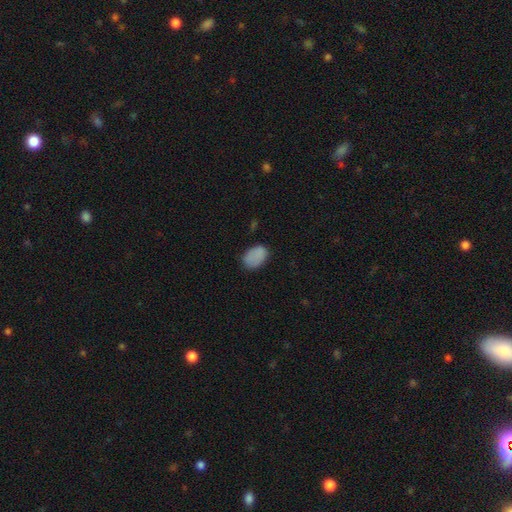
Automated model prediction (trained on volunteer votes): smooth-or-featured: smooth: 85% | star or artifact: 9% | featured or disk: 6%
  how-rounded: in between: 87% | round: 12% | cigar-shaped: 1%
  merging: none: 75% | minor disturbance: 19% | major disturbance: 5% | merger: 2%